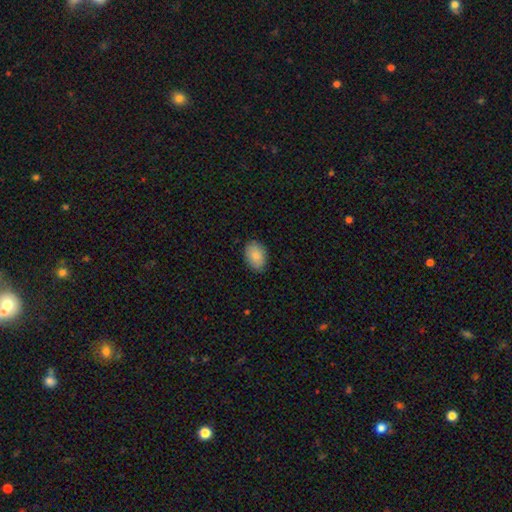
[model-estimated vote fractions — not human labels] Smooth or featured?
  - smooth: 83% *
  - featured or disk: 10%
  - star or artifact: 7%
How rounded?
  - in between: 83% *
  - round: 15%
  - cigar-shaped: 1%
Merging?
  - none: 84% *
  - minor disturbance: 13%
  - major disturbance: 2%
  - merger: 1%